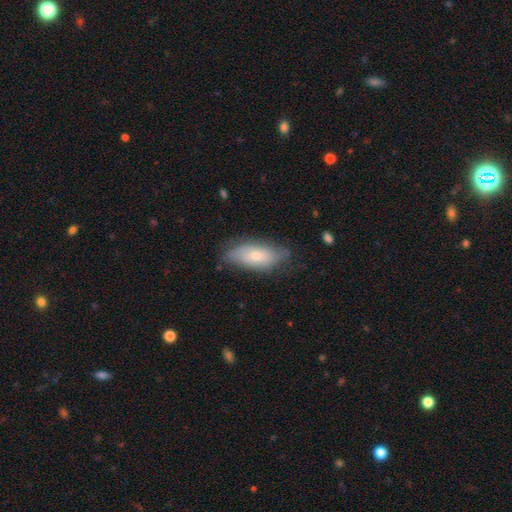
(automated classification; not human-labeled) Smooth or featured?
  - smooth: 62% *
  - featured or disk: 32%
  - star or artifact: 7%
How rounded?
  - in between: 85% *
  - cigar-shaped: 12%
  - round: 3%
Merging?
  - none: 65% *
  - minor disturbance: 27%
  - major disturbance: 7%
  - merger: 1%